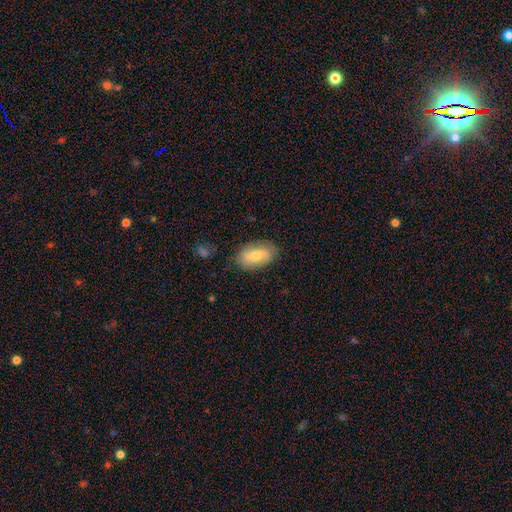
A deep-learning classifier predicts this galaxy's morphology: This appears to be a smooth galaxy with no disk features (60%) that is in between round and cigar-shaped (91%). Merging: none (78%).